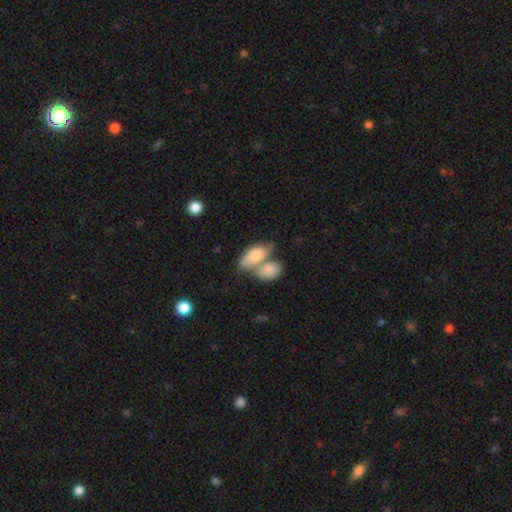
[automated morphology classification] This appears to be a smooth galaxy with no disk features (76%) that is in between round and cigar-shaped (88%). Merging: merger (62%).